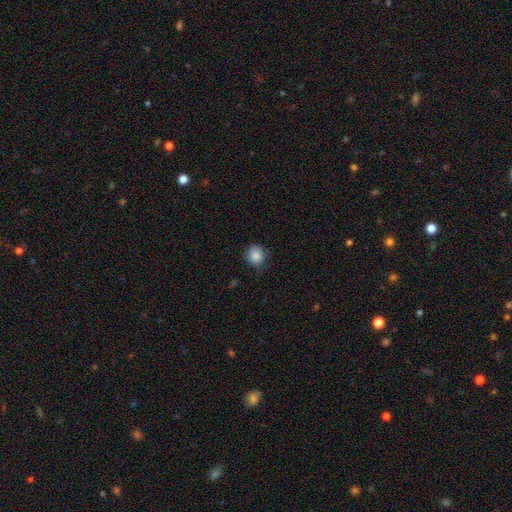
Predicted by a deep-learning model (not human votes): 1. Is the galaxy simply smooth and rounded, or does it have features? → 87% smooth, 9% star or artifact, 4% featured or disk.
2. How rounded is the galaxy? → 80% round, 19% in between, 1% cigar-shaped.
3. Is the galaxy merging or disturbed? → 78% none, 18% minor disturbance, 3% major disturbance, 1% merger.